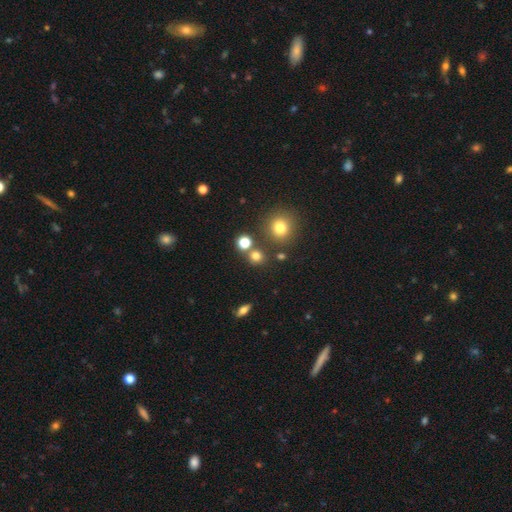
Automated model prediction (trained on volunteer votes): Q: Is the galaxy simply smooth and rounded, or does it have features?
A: smooth — 74%.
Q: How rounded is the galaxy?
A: round — 87%.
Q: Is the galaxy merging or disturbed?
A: none — 74%.